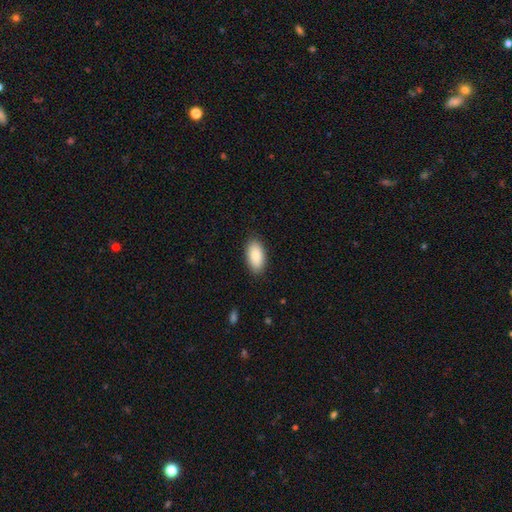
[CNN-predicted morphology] Smooth or featured? smooth (89%)
How rounded? in between (94%)
Merging? none (88%)